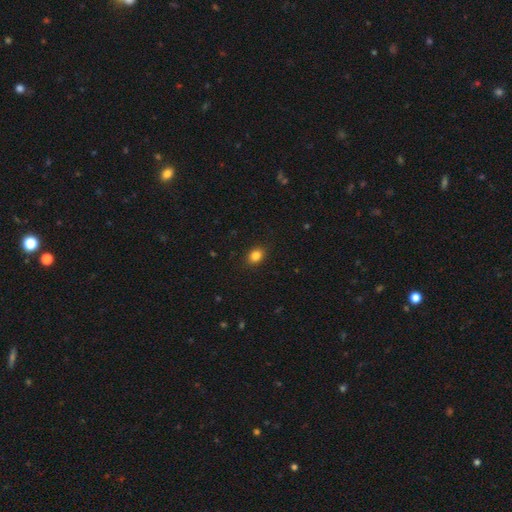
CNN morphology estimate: Smooth or featured?
  - smooth: 84% *
  - star or artifact: 10%
  - featured or disk: 5%
How rounded?
  - in between: 57% *
  - round: 42%
  - cigar-shaped: 1%
Merging?
  - none: 89% *
  - minor disturbance: 8%
  - major disturbance: 2%
  - merger: 1%